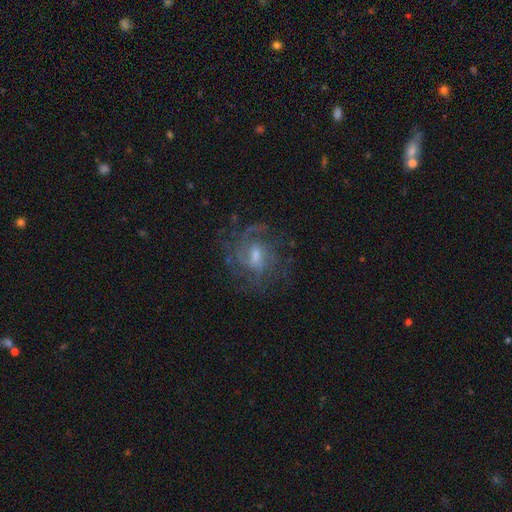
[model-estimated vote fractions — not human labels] A featured or disk galaxy (77%) with a weak bar (55%), medium (43%) spiral arms (88%) and a moderate central bulge (46%).

Vote fractions:
- Smooth or featured? featured or disk: 77% / smooth: 14% / star or artifact: 10%
- Edge-on disk? no: 96% / yes: 4%
- Bar? weak: 55% / no: 33% / strong: 12%
- Spiral arms? yes: 88% / no: 12%
- Spiral winding? medium: 43% / tight: 39% / loose: 18%
- Spiral arm count? can't tell: 40% / 3: 19% / 2: 19% / 4: 11% / 1: 6% / more than 4: 5%
- Bulge size? moderate: 46% / small: 41% / none: 7% / large: 5% / dominant: 1%
- Merging? none: 65% / minor disturbance: 17% / major disturbance: 16% / merger: 1%